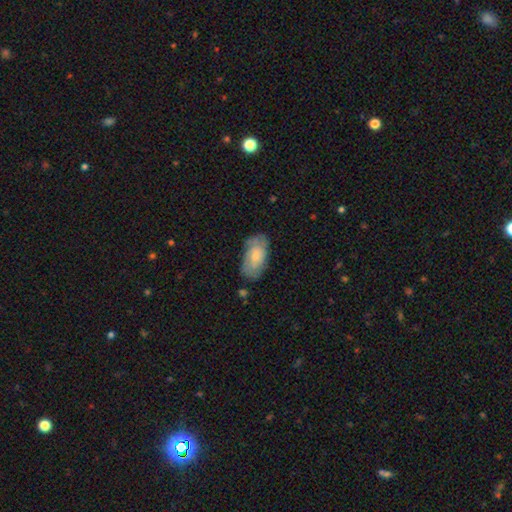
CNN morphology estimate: The model was most divided on "smooth or featured": smooth: 51%, featured or disk: 43%, star or artifact: 7%. More confident: how rounded — in between (93%); merging — none (68%).